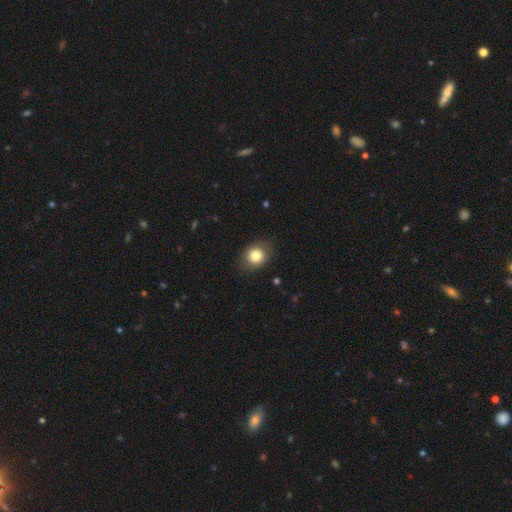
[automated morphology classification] This appears to be a smooth galaxy with no disk features (81%) that is round (61%). Merging: none (79%).